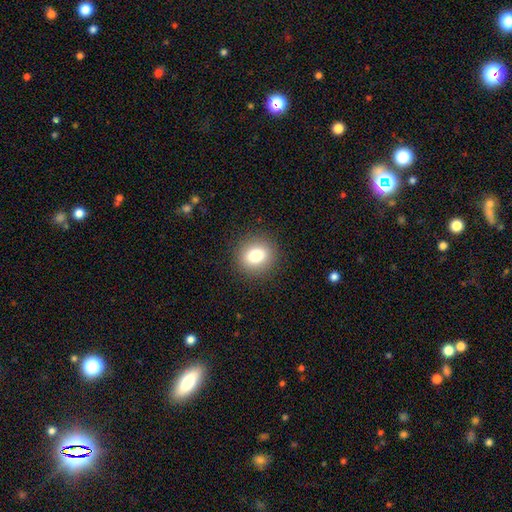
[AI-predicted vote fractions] Smooth or featured? smooth (79%)
How rounded? round (70%)
Merging? none (89%)